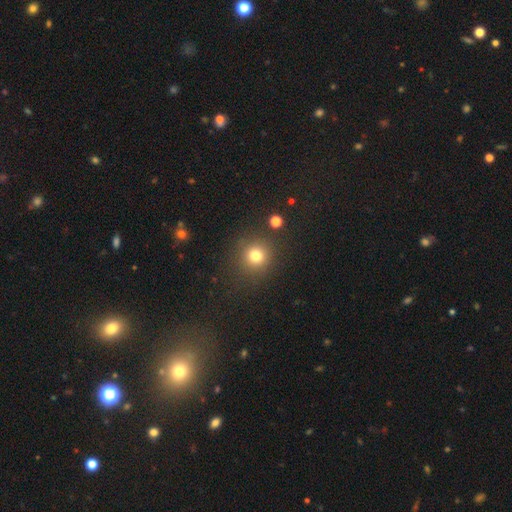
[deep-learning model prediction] smooth 78%, star or artifact 16%, featured or disk 7%. Down the decision tree: how rounded — round (92%); merging — none (86%).